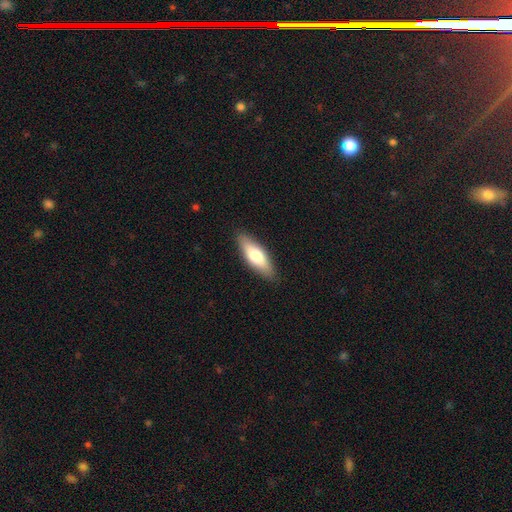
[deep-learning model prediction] This appears to be a smooth galaxy with no disk features (67%) that is in between round and cigar-shaped (59%). Merging: none (88%).